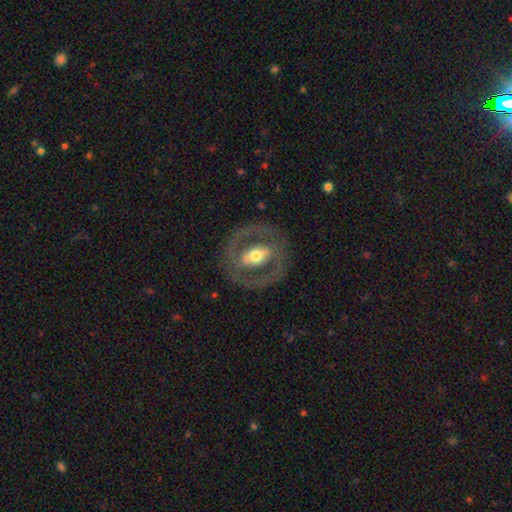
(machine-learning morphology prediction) This is likely a featured or disk galaxy (76%). It is clearly not viewed edge-on (93%). Bar: possibly strong (47%). Spiral arm pattern: possibly no (52%). Central bulge: likely moderate (67%). Merging: clearly none (80%).